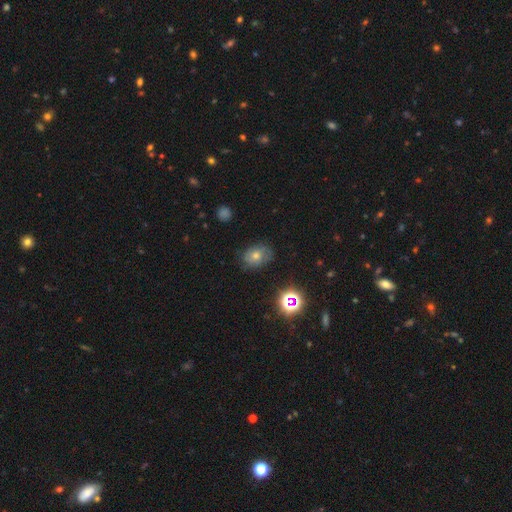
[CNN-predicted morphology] Smooth or featured?
  - smooth: 46% *
  - featured or disk: 31%
  - star or artifact: 23%
Merging?
  - none: 75% *
  - minor disturbance: 18%
  - major disturbance: 5%
  - merger: 2%